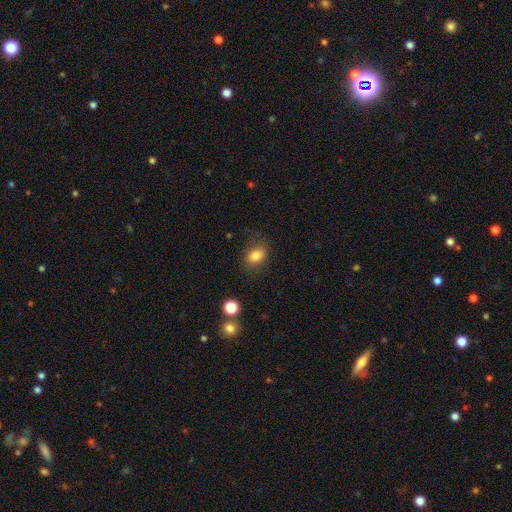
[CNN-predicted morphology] This is clearly a smooth galaxy (82%). How rounded: likely in between (66%). Merging: likely none (76%).